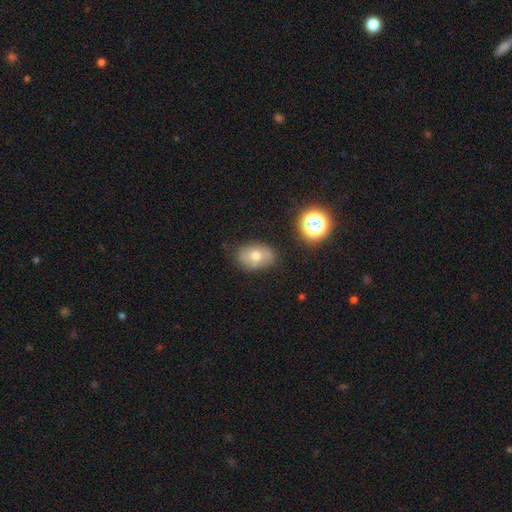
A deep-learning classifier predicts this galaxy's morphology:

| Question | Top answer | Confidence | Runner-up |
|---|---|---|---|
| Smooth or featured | smooth | 62% | featured or disk (27%) |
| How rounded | in between | 78% | round (21%) |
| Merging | none | 72% | minor disturbance (20%) |